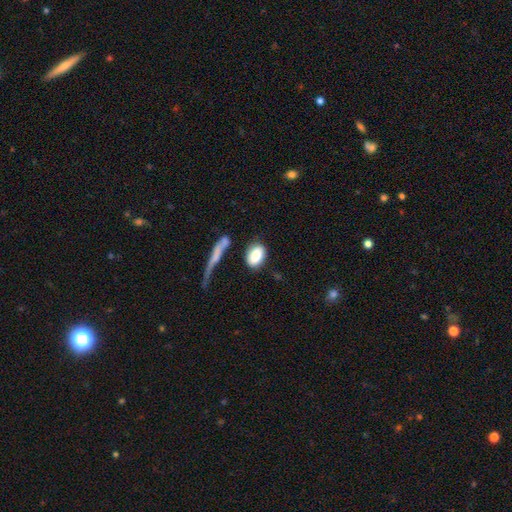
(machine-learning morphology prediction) A smooth galaxy with no disk features (82%) that is in between round and cigar-shaped (82%). Merging: none (66%).